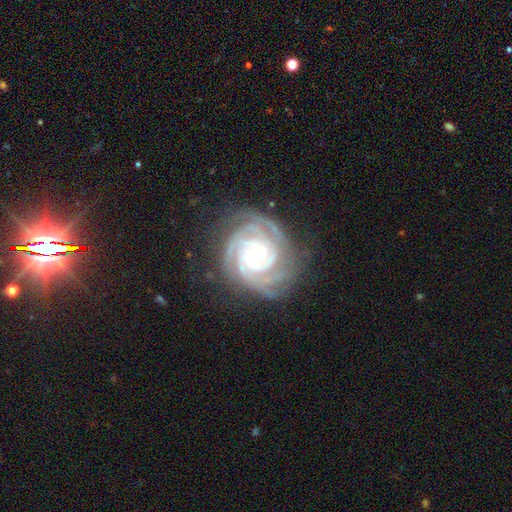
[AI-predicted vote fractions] Q: Smooth or featured?
A: featured or disk (91%); runner-up: star or artifact (5%)
Q: Edge-on disk?
A: no (98%); runner-up: yes (2%)
Q: Bar?
A: no (71%); runner-up: weak (20%)
Q: Spiral arms?
A: yes (98%); runner-up: no (2%)
Q: Spiral winding?
A: tight (80%); runner-up: medium (18%)
Q: Spiral arm count?
A: 3 (33%); runner-up: 4 (26%)
Q: Bulge size?
A: small (52%); runner-up: moderate (42%)
Q: Merging?
A: none (75%); runner-up: minor disturbance (17%)